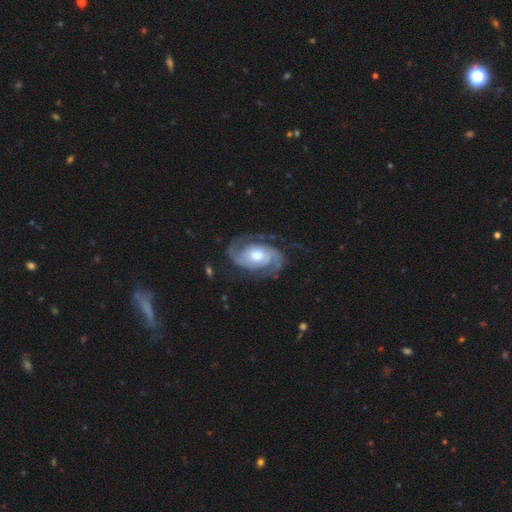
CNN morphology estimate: featured or disk 92%, smooth 5%, star or artifact 4%. Down the decision tree: edge-on disk — no (97%); bar — no (67%); spiral arms — yes (98%); spiral arm count — 2 (82%); spiral winding — tight (49%); bulge size — moderate (71%); merging — none (75%).